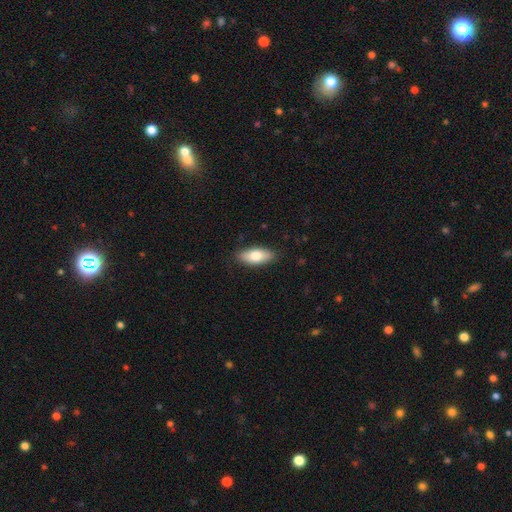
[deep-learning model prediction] A smooth galaxy with no disk features (77%) that is in between round and cigar-shaped (81%). Merging: none (87%).